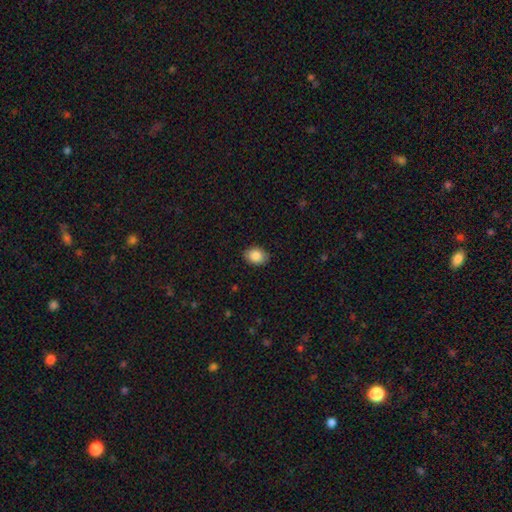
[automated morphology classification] Overall: smooth (87%). How rounded: in between (72%). Merging: none (87%).